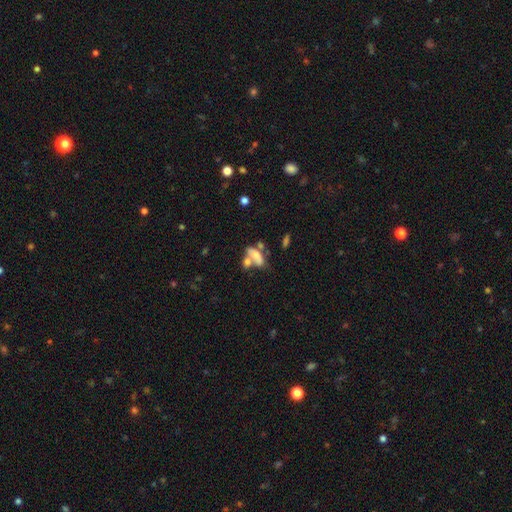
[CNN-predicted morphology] A smooth galaxy with no disk features (56%) that is in between round and cigar-shaped (77%). Merging: merger (52%).